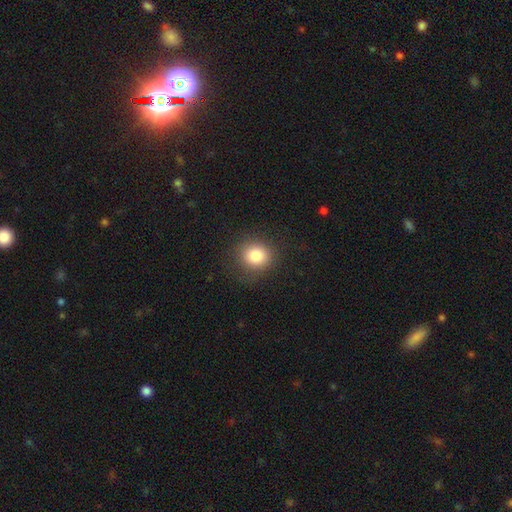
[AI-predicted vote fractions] smooth 83%, star or artifact 11%, featured or disk 7%. Down the decision tree: how rounded — round (82%); merging — none (85%).